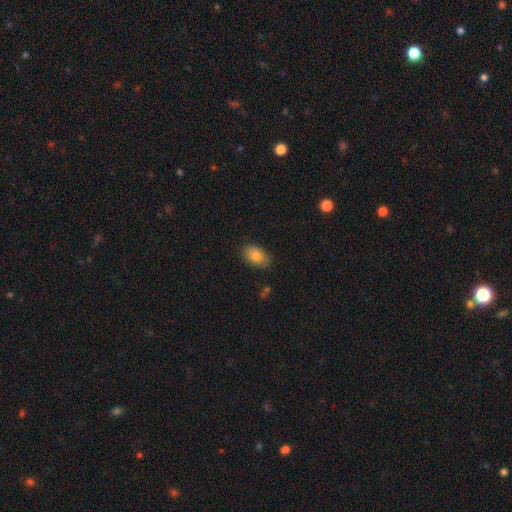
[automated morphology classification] smooth 82%, featured or disk 10%, star or artifact 8%. Down the decision tree: how rounded — in between (90%); merging — none (83%).